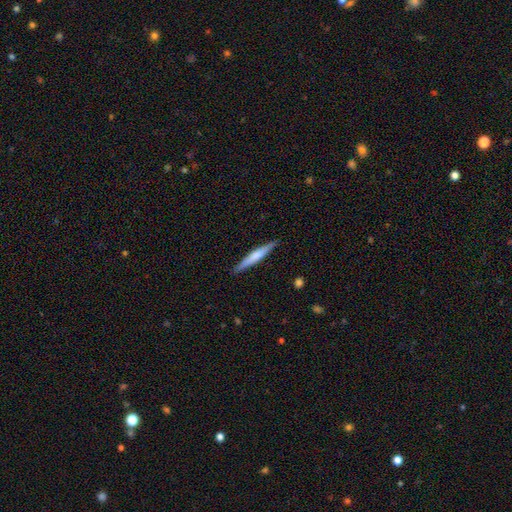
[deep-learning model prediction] smooth_or_featured: smooth (p=0.60) [alt: featured or disk p=0.35]
how_rounded: cigar-shaped (p=0.94) [alt: in between p=0.05]
merging: none (p=0.89) [alt: minor disturbance p=0.09]